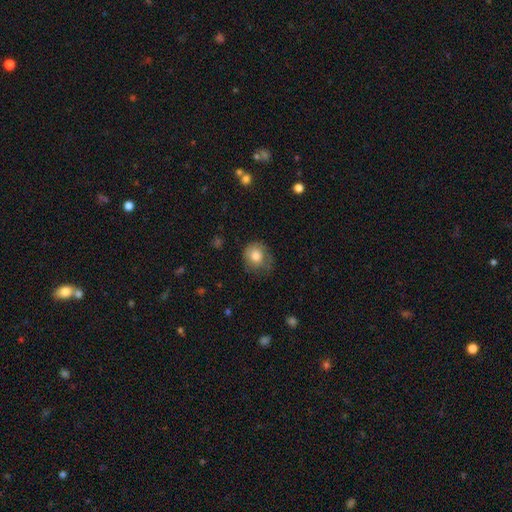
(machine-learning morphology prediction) Smooth or featured: smooth — 73% (featured or disk — 19%)
How rounded: round — 76% (in between — 23%)
Merging: none — 57% (minor disturbance — 28%)